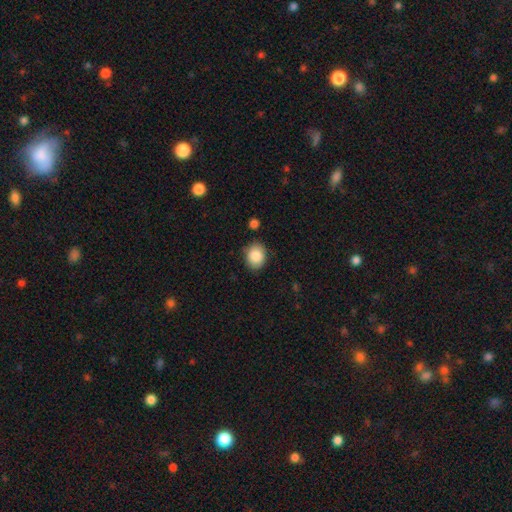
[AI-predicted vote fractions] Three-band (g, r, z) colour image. It shows a smooth galaxy with no disk features (87%) that is round (52%). Merging: none (83%).